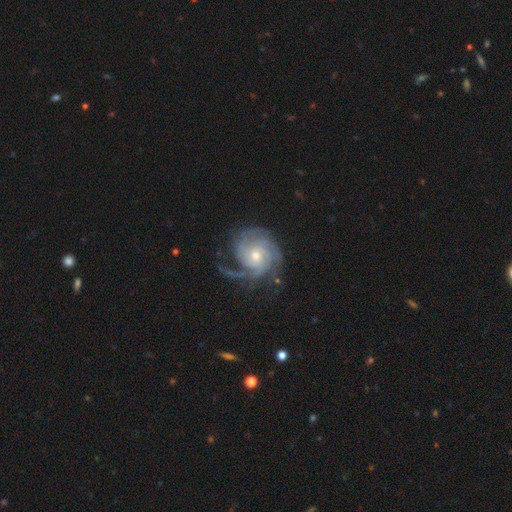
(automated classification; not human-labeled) smooth_or_featured: featured or disk (p=0.89) [alt: smooth p=0.06]
disk_edge_on: no (p=0.98) [alt: yes p=0.02]
bar: no (p=0.68) [alt: weak p=0.26]
has_spiral_arms: yes (p=0.98) [alt: no p=0.02]
spiral_winding: tight (p=0.66) [alt: medium p=0.27]
spiral_arm_count: 3 (p=0.31) [alt: can't tell p=0.21]
bulge_size: moderate (p=0.52) [alt: small p=0.44]
merging: none (p=0.65) [alt: minor disturbance p=0.19]